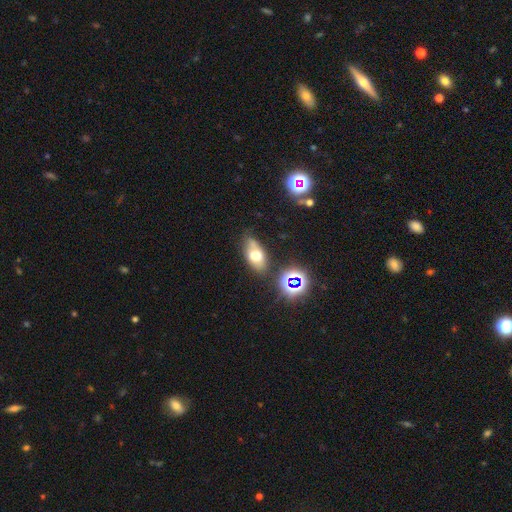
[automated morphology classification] Overall: smooth (59%; featured or disk 25%). How rounded: in between (85%). Merging: none (68%).